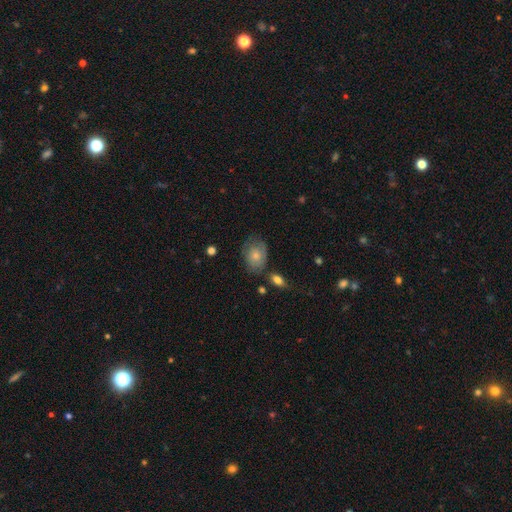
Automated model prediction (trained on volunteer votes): Morphology: type=smooth (68%); roundness=in between (70%); merging=none (57%).